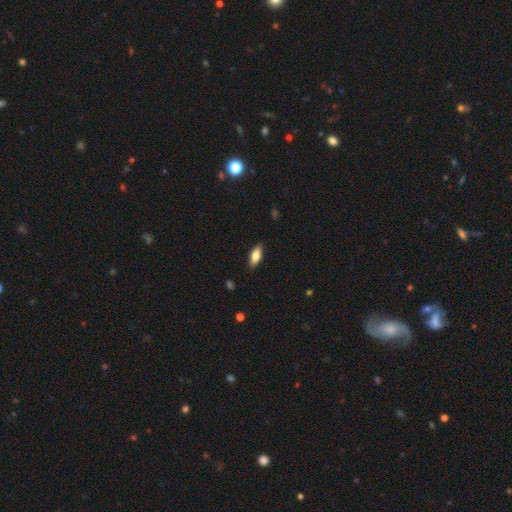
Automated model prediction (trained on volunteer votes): smooth 77%, featured or disk 16%, star or artifact 6%. Down the decision tree: how rounded — in between (78%); merging — none (86%).